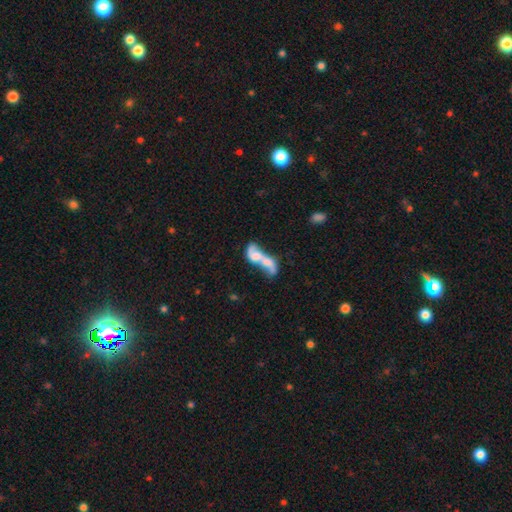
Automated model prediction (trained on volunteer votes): Morphology: type=featured or disk (57%); edge-on=no (92%); bar=no (67%); spiral arms=yes (59%); bulge=none (35%); merging=merger (68%).